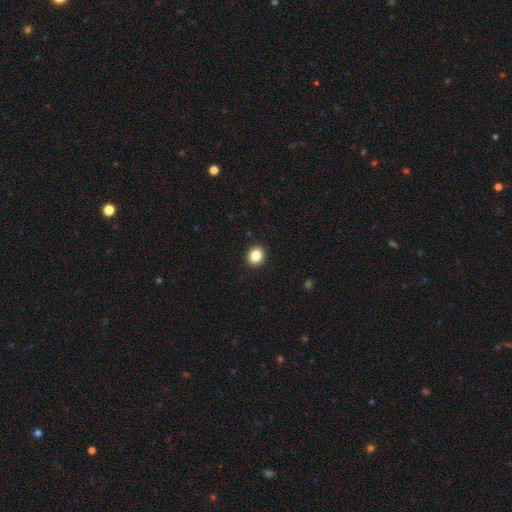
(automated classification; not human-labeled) smooth 86%, star or artifact 10%, featured or disk 4%. Down the decision tree: how rounded — round (67%); merging — none (92%).